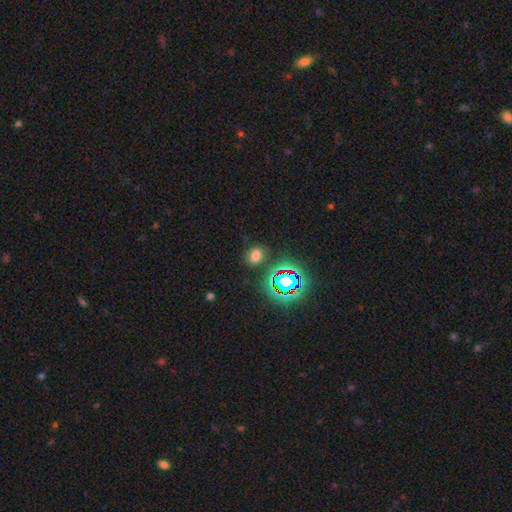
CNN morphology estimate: This appears to be a smooth galaxy with no disk features (63%) that is in between round and cigar-shaped (62%). Merging: none (81%).